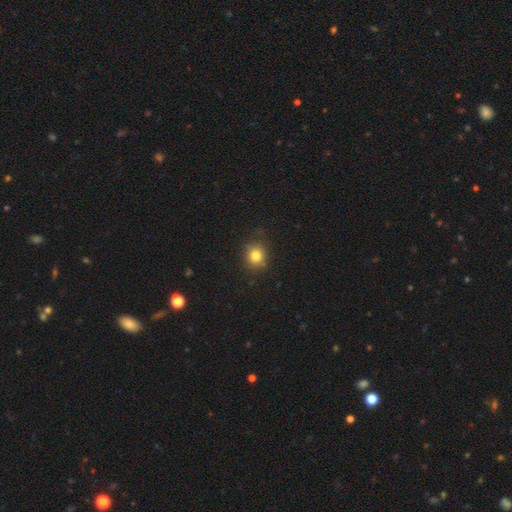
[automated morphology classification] This is clearly a smooth galaxy (82%). How rounded: clearly round (80%). Merging: clearly none (84%).